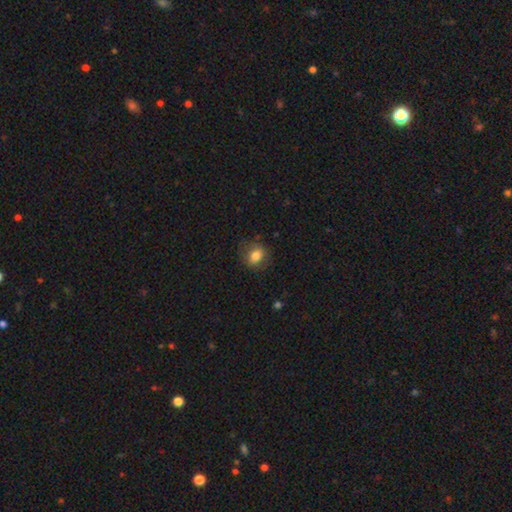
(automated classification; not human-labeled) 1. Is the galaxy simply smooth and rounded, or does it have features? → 78% smooth, 12% featured or disk, 9% star or artifact.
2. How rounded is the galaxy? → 52% round, 47% in between, 1% cigar-shaped.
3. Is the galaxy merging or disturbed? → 75% none, 17% minor disturbance, 7% major disturbance, 1% merger.